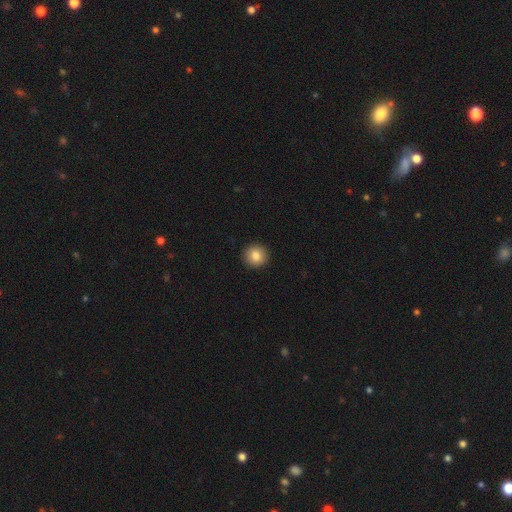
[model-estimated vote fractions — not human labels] smooth-or-featured: smooth: 84% | star or artifact: 9% | featured or disk: 7%
  how-rounded: round: 94% | in between: 5% | cigar-shaped: 1%
  merging: none: 93% | minor disturbance: 4% | major disturbance: 1% | merger: 1%